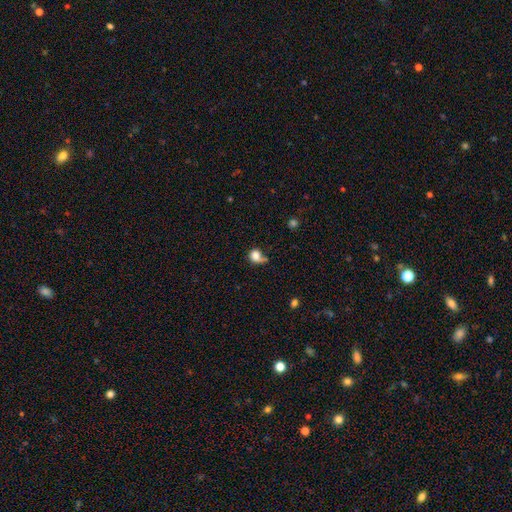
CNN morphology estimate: Q: Smooth or featured?
A: smooth (77%); runner-up: featured or disk (12%)
Q: How rounded?
A: round (69%); runner-up: in between (29%)
Q: Merging?
A: none (39%); runner-up: minor disturbance (30%)